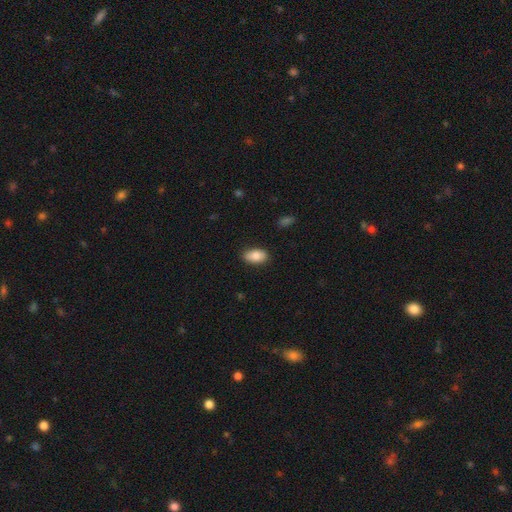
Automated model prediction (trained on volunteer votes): Smooth or featured? Predicted: smooth (p=0.85). How rounded? Predicted: in between (p=0.93). Merging? Predicted: none (p=0.86).